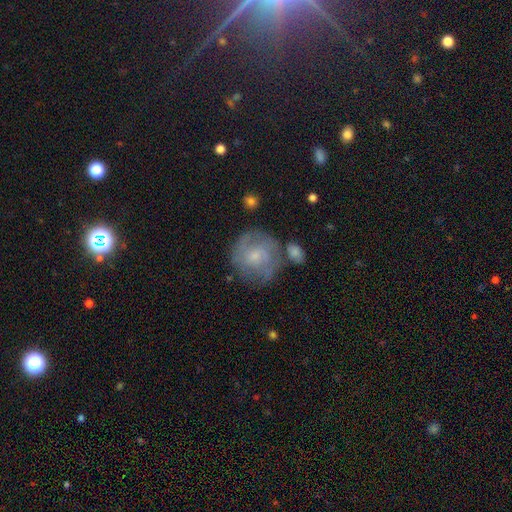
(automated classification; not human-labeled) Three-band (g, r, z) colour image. It shows a featured or disk galaxy (52%) with no bar (66%), spiral arms (71%) and a small central bulge (61%). Merging: none (61%).